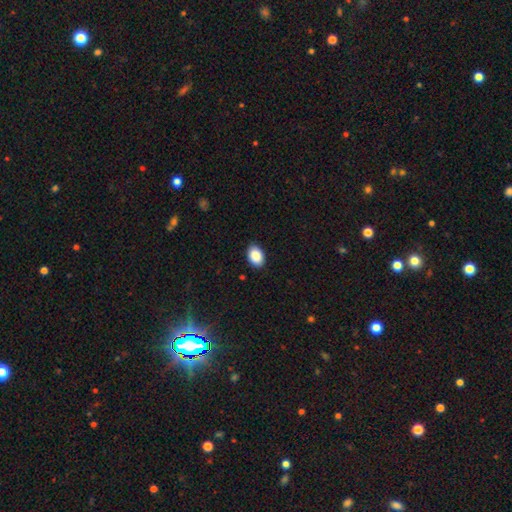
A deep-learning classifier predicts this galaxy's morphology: This is clearly a smooth galaxy (89%). How rounded: clearly in between (85%). Merging: clearly none (87%).